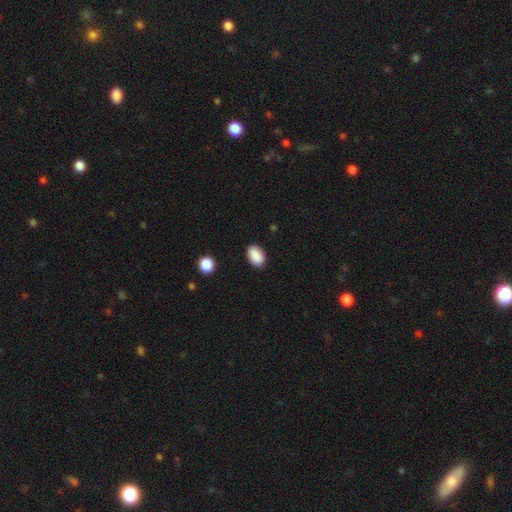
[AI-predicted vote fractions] A smooth galaxy with no disk features (90%) that is in between round and cigar-shaped (89%).

Vote fractions:
- Smooth or featured? smooth: 90% / star or artifact: 8% / featured or disk: 3%
- How rounded? in between: 89% / round: 10% / cigar-shaped: 1%
- Merging? none: 88% / minor disturbance: 9% / major disturbance: 2% / merger: 1%